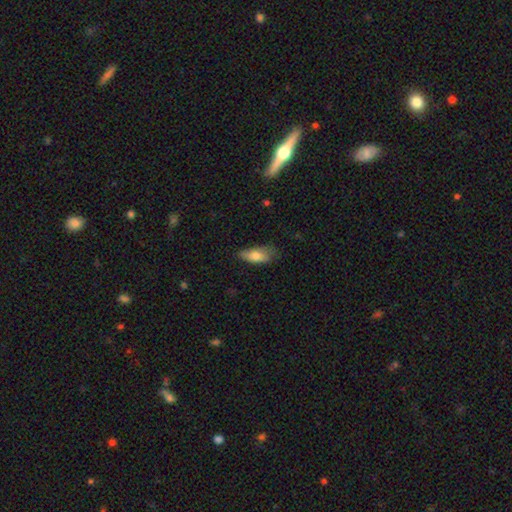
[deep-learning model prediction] Overall: smooth (78%). How rounded: in between (82%). Merging: none (53%; minor disturbance 35%).